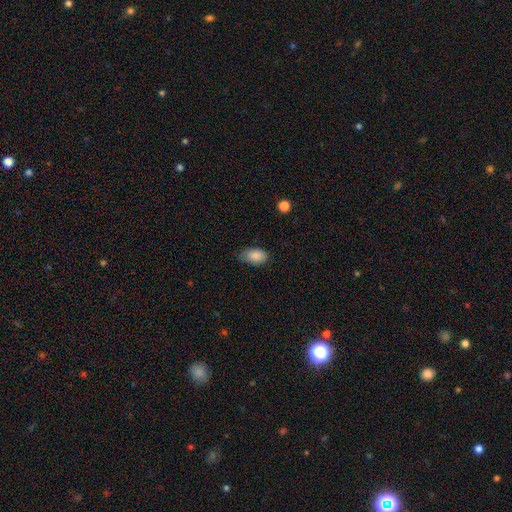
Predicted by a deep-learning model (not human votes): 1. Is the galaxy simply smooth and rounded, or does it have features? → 86% smooth, 7% star or artifact, 6% featured or disk.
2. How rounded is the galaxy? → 92% in between, 7% round, 2% cigar-shaped.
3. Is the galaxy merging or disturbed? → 60% none, 32% minor disturbance, 7% major disturbance, 1% merger.